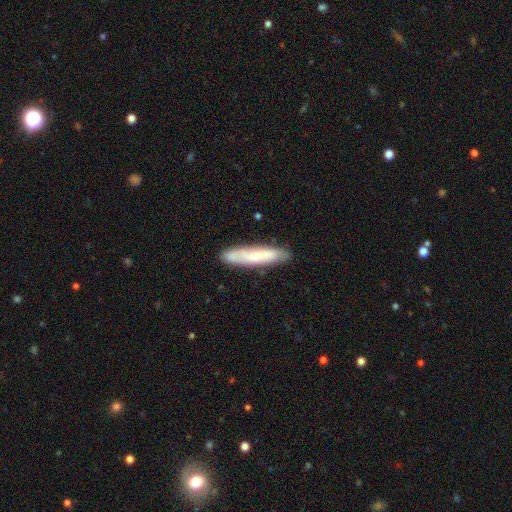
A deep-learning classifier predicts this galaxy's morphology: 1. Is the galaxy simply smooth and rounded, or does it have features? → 58% smooth, 36% featured or disk, 6% star or artifact.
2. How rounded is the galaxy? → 85% cigar-shaped, 14% in between, 1% round.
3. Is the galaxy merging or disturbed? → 81% none, 14% minor disturbance, 3% major disturbance, 2% merger.